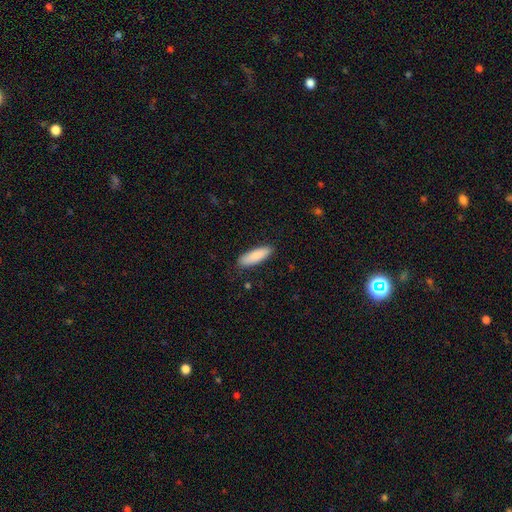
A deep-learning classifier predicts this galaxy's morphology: Smooth or featured: smooth — 86% (featured or disk — 8%)
How rounded: cigar-shaped — 52% (in between — 46%)
Merging: none — 88% (minor disturbance — 9%)